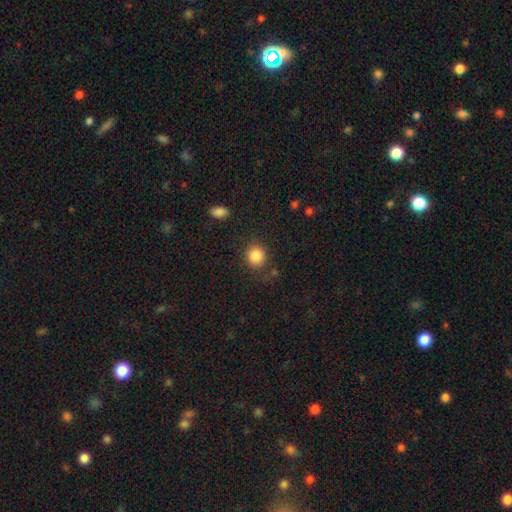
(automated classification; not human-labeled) Q: Smooth or featured?
A: smooth (86%); runner-up: star or artifact (9%)
Q: How rounded?
A: round (83%); runner-up: in between (16%)
Q: Merging?
A: none (81%); runner-up: minor disturbance (11%)